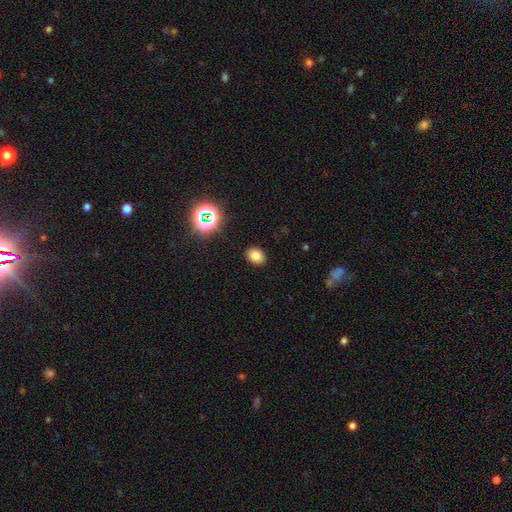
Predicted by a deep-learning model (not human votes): Smooth or featured? Predicted: smooth (p=0.78). How rounded? Predicted: in between (p=0.67). Merging? Predicted: none (p=0.89).